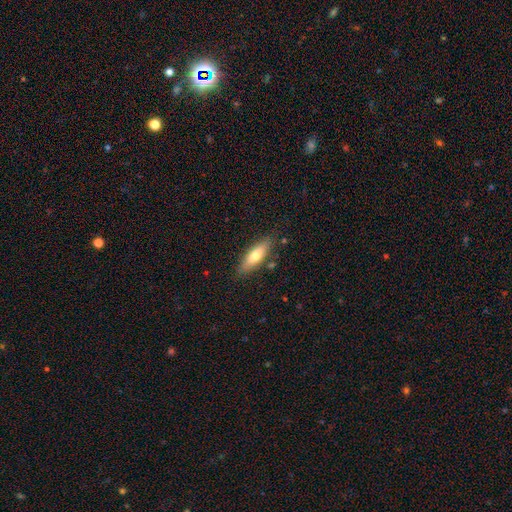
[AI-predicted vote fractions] Overall: smooth (67%). How rounded: cigar-shaped (53%; in between 45%). Merging: none (81%).